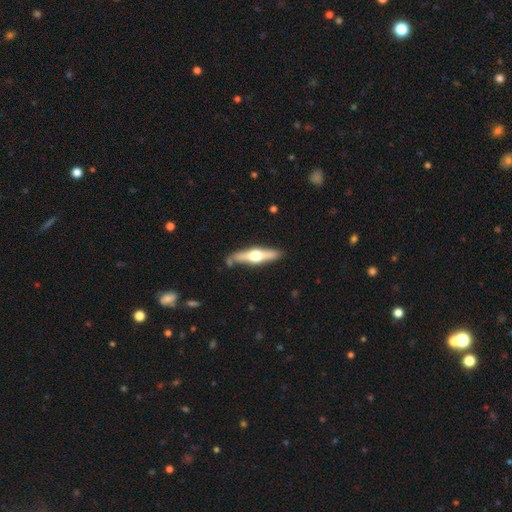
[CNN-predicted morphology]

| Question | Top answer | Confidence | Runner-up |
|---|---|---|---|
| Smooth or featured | featured or disk | 63% | smooth (32%) |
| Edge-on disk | yes | 94% | no (6%) |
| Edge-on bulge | rounded | 95% | boxy (3%) |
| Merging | none | 81% | minor disturbance (13%) |